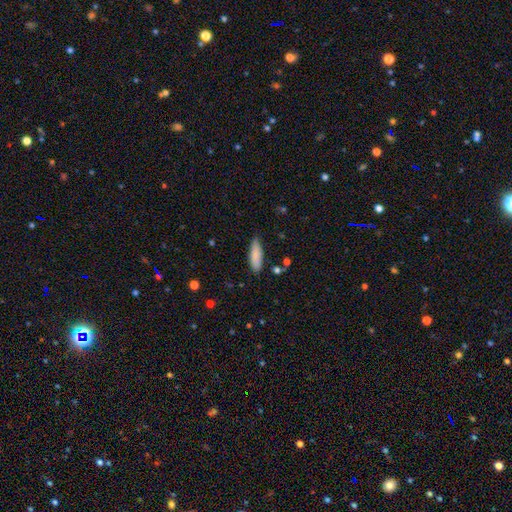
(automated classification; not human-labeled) The model was most divided on "how rounded": in between: 57%, cigar-shaped: 41%, round: 2%. More confident: smooth or featured — smooth (84%); merging — none (78%).